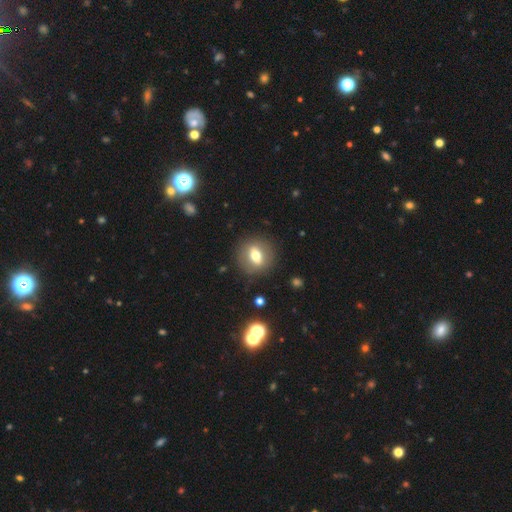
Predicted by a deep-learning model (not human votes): Smooth or featured? smooth (59%)
How rounded? round (60%)
Merging? none (86%)